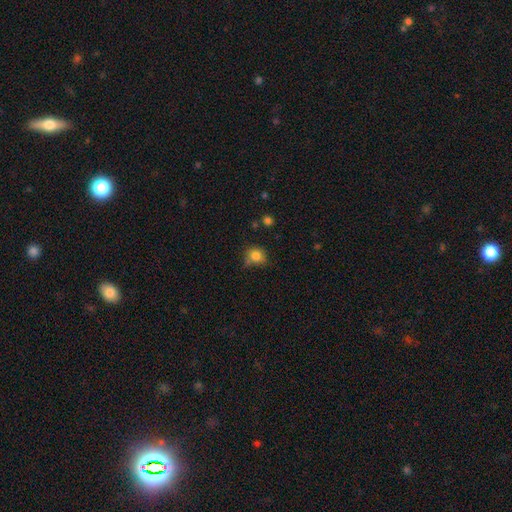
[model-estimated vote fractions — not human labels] A smooth galaxy with no disk features (81%) that is round (75%). Merging: none (58%).